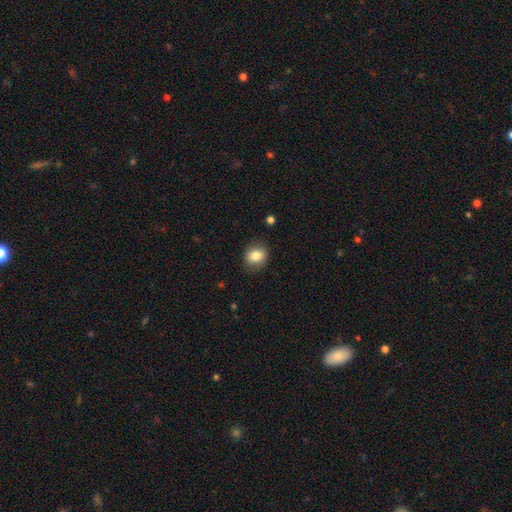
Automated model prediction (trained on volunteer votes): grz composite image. It shows a smooth galaxy with no disk features (83%) that is round (65%). Merging: none (85%).